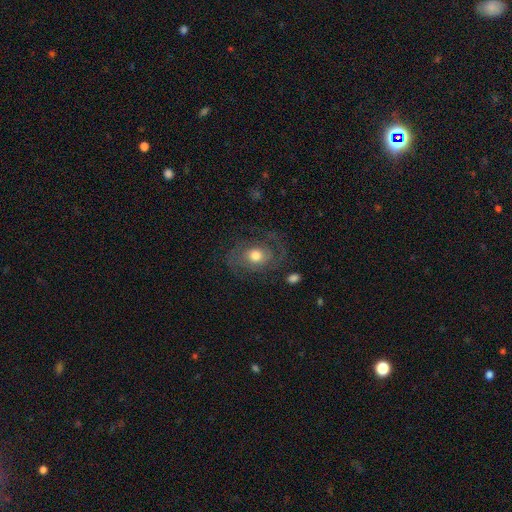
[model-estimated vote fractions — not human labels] smooth-or-featured: featured or disk: 56% | smooth: 35% | star or artifact: 10%
  disk-edge-on: no: 96% | yes: 4%
    bar: no: 79% | weak: 17% | strong: 4%
    has-spiral-arms: yes: 72% | no: 28%
    bulge-size: moderate: 67% | large: 19% | small: 11% | dominant: 2% | none: 1%
  merging: none: 64% | minor disturbance: 18% | major disturbance: 16% | merger: 2%